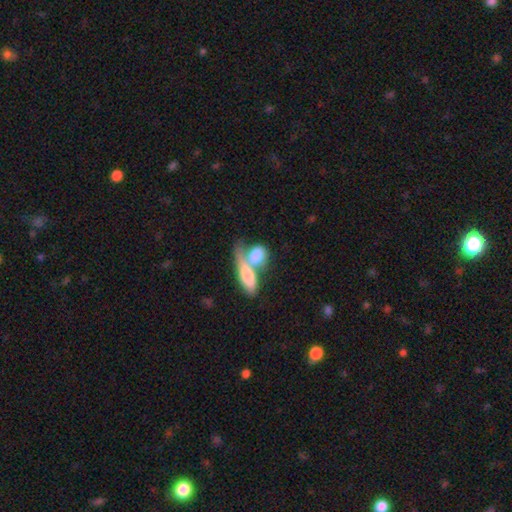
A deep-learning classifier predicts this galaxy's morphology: A smooth galaxy with no disk features (71%) that is in between round and cigar-shaped (64%).

Vote fractions:
- Smooth or featured? smooth: 71% / featured or disk: 23% / star or artifact: 6%
- How rounded? in between: 64% / round: 25% / cigar-shaped: 11%
- Merging? merger: 66% / none: 18% / major disturbance: 8% / minor disturbance: 7%